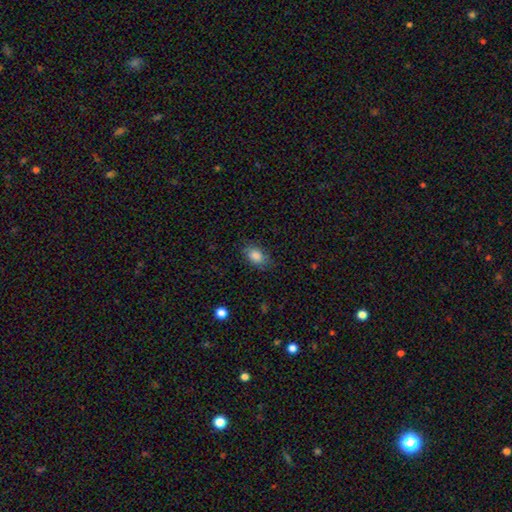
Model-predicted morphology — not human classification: Smooth or featured? smooth (85%)
How rounded? in between (84%)
Merging? none (79%)